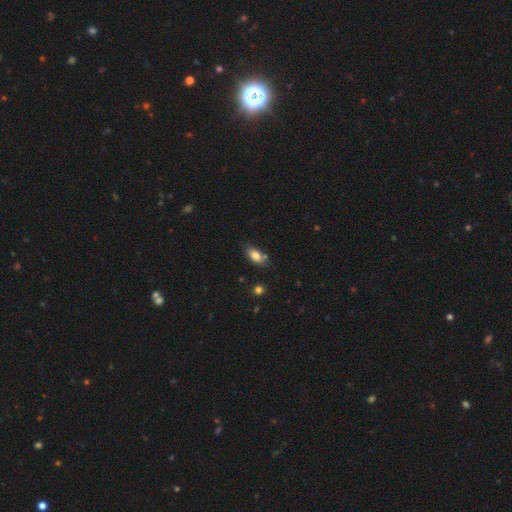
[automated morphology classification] A smooth galaxy with no disk features (81%) that is in between round and cigar-shaped (89%).

Vote fractions:
- Smooth or featured? smooth: 81% / featured or disk: 10% / star or artifact: 9%
- How rounded? in between: 89% / round: 7% / cigar-shaped: 5%
- Merging? none: 67% / minor disturbance: 19% / merger: 9% / major disturbance: 4%